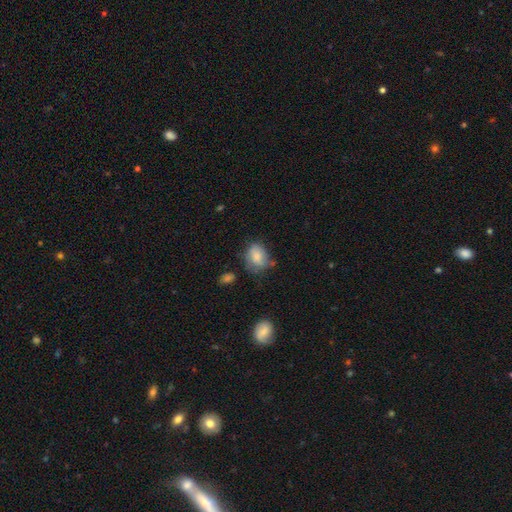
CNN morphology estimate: Smooth or featured?
  - smooth: 70% *
  - featured or disk: 20%
  - star or artifact: 10%
How rounded?
  - in between: 63% *
  - round: 36%
  - cigar-shaped: 1%
Merging?
  - none: 49% *
  - minor disturbance: 33%
  - major disturbance: 13%
  - merger: 4%